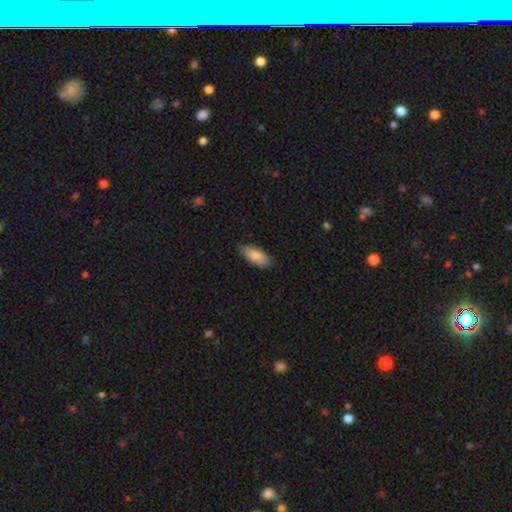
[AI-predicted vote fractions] smooth_or_featured: smooth (p=0.87) [alt: featured or disk p=0.08]
how_rounded: in between (p=0.82) [alt: cigar-shaped p=0.16]
merging: none (p=0.84) [alt: minor disturbance p=0.13]